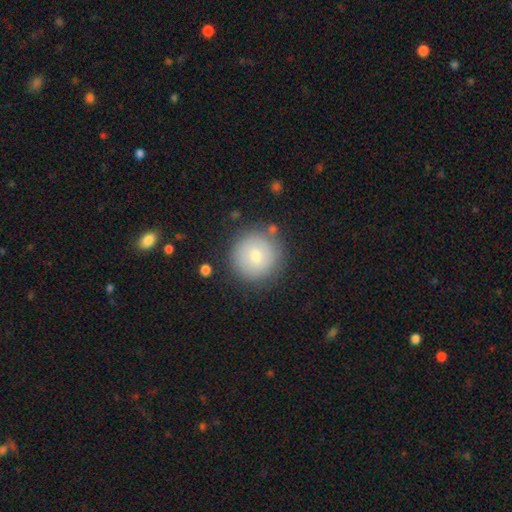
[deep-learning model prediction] A smooth galaxy with no disk features (74%) that is round (95%). Merging: none (83%).